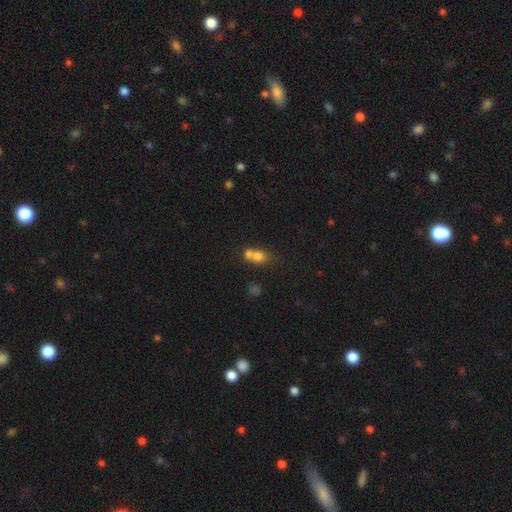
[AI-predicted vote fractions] Overall: smooth (74%). How rounded: round (53%; in between 44%). Merging: merger (63%; none 26%).